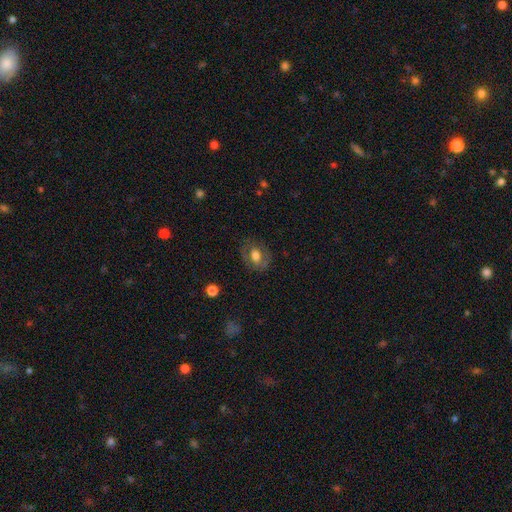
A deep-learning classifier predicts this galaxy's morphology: This appears to be a smooth galaxy with no disk features (56%) that is in between round and cigar-shaped (59%). Merging: none (77%).